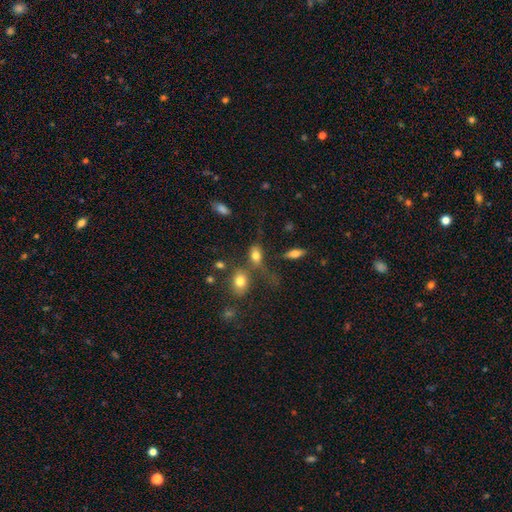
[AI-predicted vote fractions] smooth 76%, featured or disk 12%, star or artifact 11%. Down the decision tree: how rounded — in between (80%); merging — none (49%).